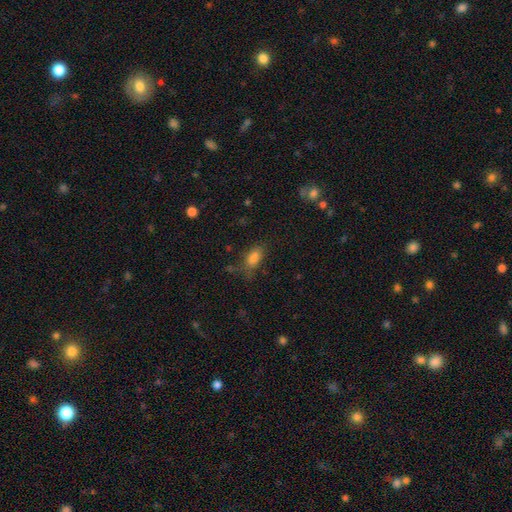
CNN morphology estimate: Smooth or featured: smooth — 73% (star or artifact — 18%)
How rounded: in between — 81% (cigar-shaped — 11%)
Merging: none — 67% (minor disturbance — 20%)